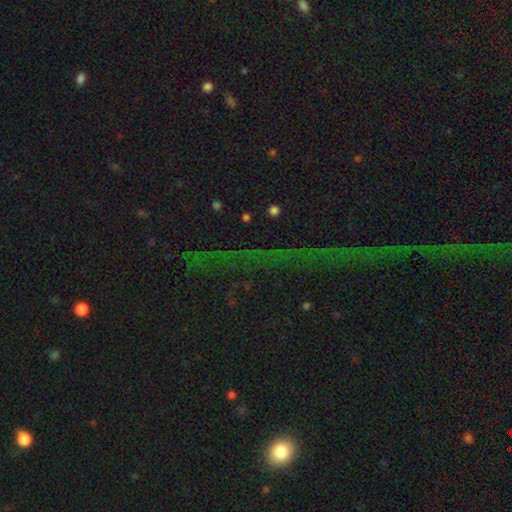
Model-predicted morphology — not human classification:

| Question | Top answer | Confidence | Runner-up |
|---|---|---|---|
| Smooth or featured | star or artifact | 77% | featured or disk (11%) |